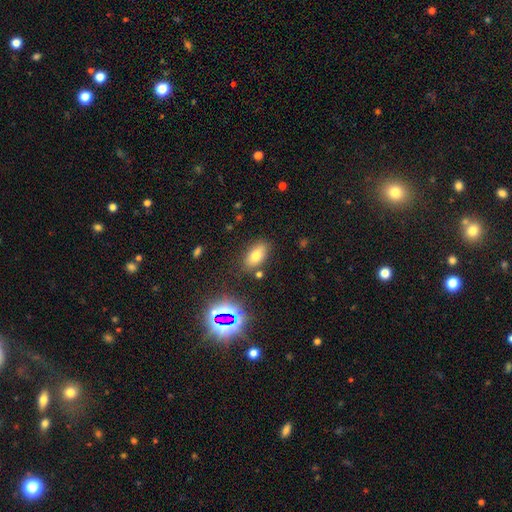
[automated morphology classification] A smooth galaxy with no disk features (71%) that is in between round and cigar-shaped (87%). Merging: none (80%).